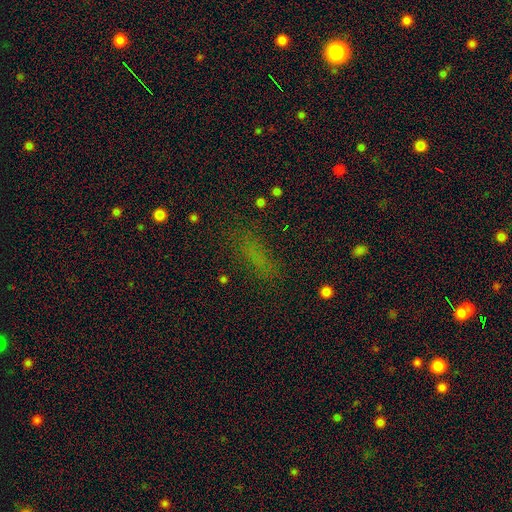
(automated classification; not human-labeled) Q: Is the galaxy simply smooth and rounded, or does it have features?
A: smooth — 61%.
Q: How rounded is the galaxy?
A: cigar-shaped — 52%.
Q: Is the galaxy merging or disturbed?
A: none — 74%.